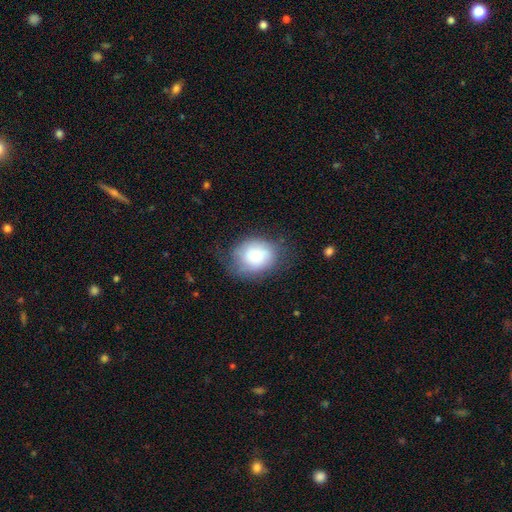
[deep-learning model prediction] A smooth galaxy with no disk features (75%) that is round (52%).

Vote fractions:
- Smooth or featured? smooth: 75% / featured or disk: 17% / star or artifact: 8%
- How rounded? round: 52% / in between: 47% / cigar-shaped: 1%
- Merging? none: 55% / minor disturbance: 29% / major disturbance: 15% / merger: 2%